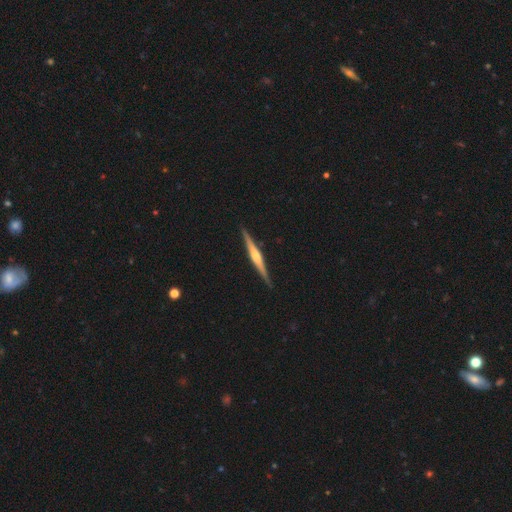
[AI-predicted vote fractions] Smooth or featured? featured or disk (74%)
Edge-on disk? yes (98%)
Edge-on bulge? rounded (75%)
Merging? none (90%)